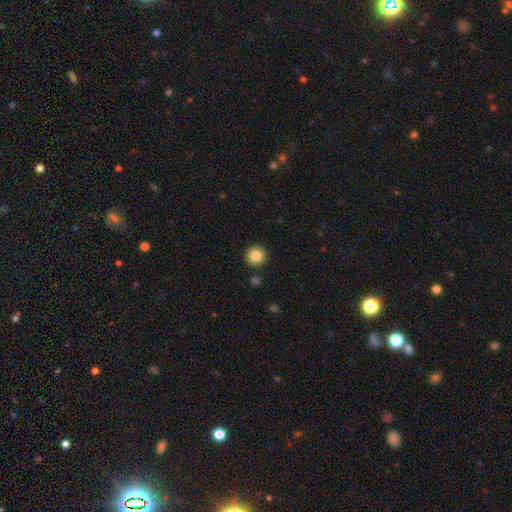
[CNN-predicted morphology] Smooth or featured? Predicted: smooth (p=0.85). How rounded? Predicted: round (p=0.95). Merging? Predicted: none (p=0.91).